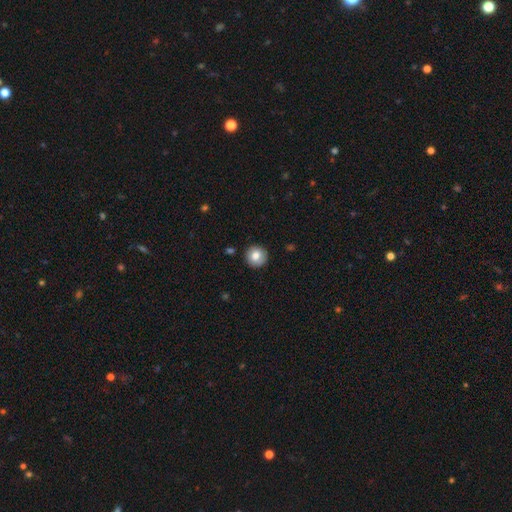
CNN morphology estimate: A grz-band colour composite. It shows a smooth galaxy with no disk features (80%) that is round (95%). Merging: none (91%).